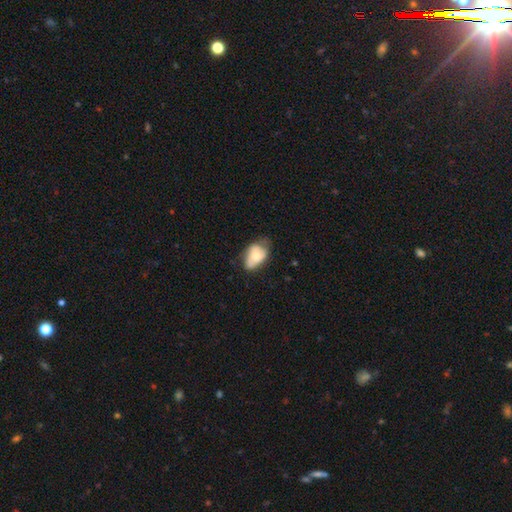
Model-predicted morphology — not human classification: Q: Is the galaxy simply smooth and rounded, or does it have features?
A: smooth — 59%.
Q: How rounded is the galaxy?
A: in between — 86%.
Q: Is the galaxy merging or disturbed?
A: none — 48%.